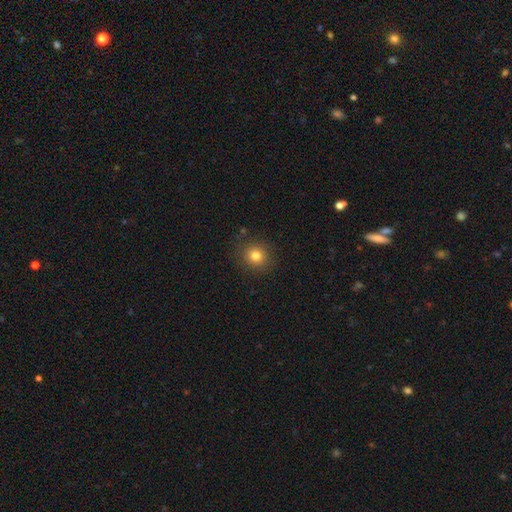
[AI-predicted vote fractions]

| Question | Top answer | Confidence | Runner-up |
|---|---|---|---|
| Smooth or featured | smooth | 79% | star or artifact (13%) |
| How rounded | round | 87% | in between (12%) |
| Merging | none | 88% | minor disturbance (8%) |